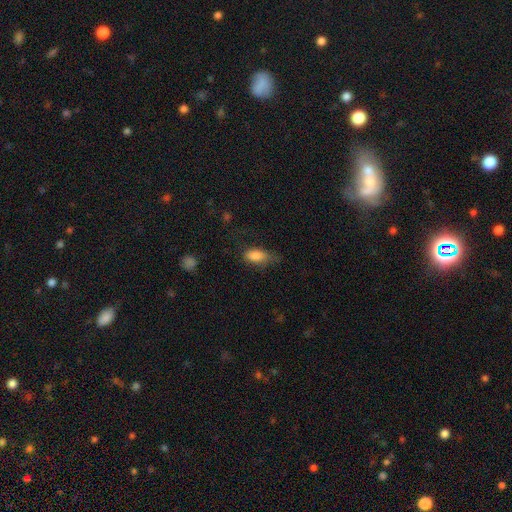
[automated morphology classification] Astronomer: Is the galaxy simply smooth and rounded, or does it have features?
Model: smooth — 83%.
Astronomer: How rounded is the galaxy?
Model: in between — 87%.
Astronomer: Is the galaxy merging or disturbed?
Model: none — 49% (runner-up: minor disturbance, 32%).